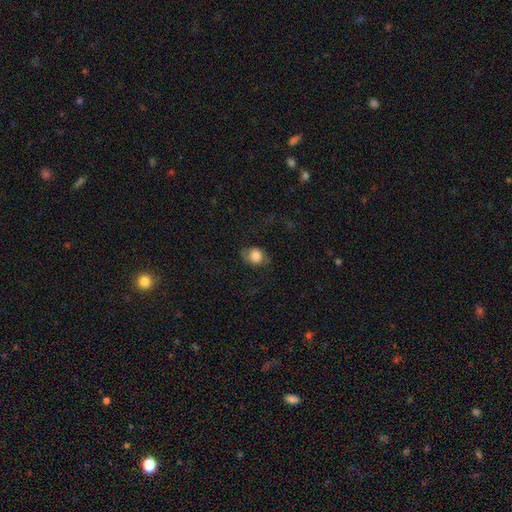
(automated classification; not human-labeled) smooth-or-featured: smooth: 79% | featured or disk: 11% | star or artifact: 9%
  how-rounded: round: 70% | in between: 29% | cigar-shaped: 1%
  merging: none: 66% | minor disturbance: 22% | major disturbance: 11% | merger: 1%